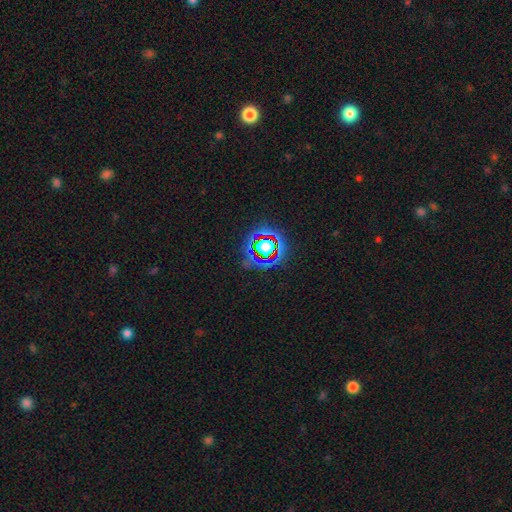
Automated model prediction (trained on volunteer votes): Smooth or featured? Predicted: star or artifact (p=0.77).